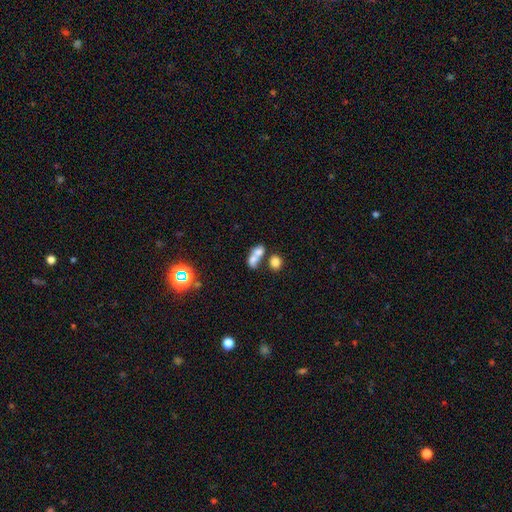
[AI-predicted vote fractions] smooth_or_featured: smooth (p=0.68) [alt: featured or disk p=0.19]
how_rounded: in between (p=0.66) [alt: round p=0.29]
merging: merger (p=0.66) [alt: none p=0.21]